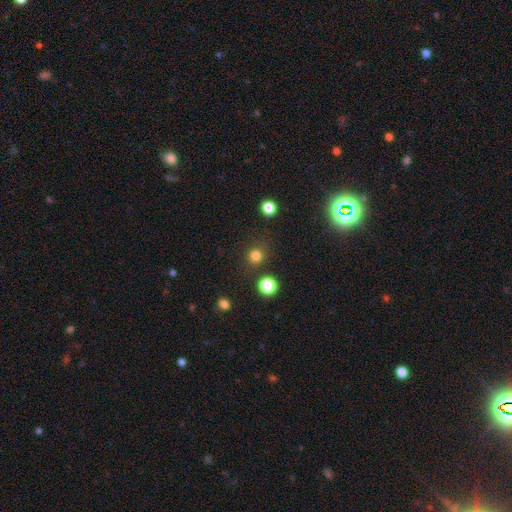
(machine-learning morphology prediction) type=smooth (79%); roundness=round (90%); merging=none (83%).